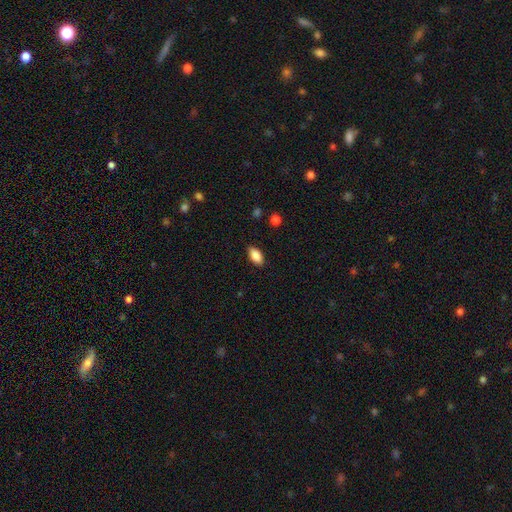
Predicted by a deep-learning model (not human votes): A smooth galaxy with no disk features (87%) that is in between round and cigar-shaped (91%). Merging: none (86%).